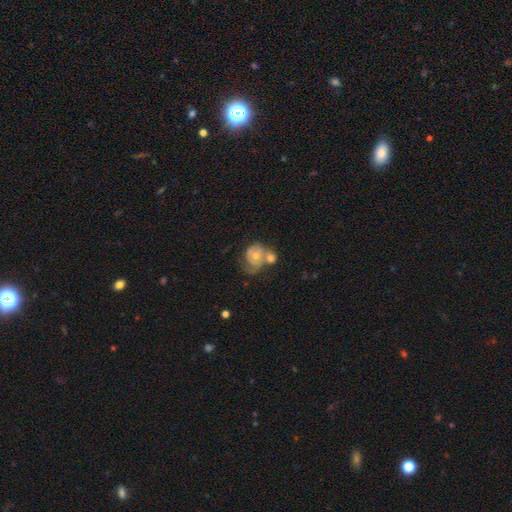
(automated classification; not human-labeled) smooth-or-featured: featured or disk: 62% | smooth: 30% | star or artifact: 9%
  disk-edge-on: no: 97% | yes: 3%
    bar: no: 78% | weak: 18% | strong: 4%
    has-spiral-arms: yes: 74% | no: 26%
    bulge-size: moderate: 59% | small: 35% | large: 3% | none: 2% | dominant: 1%
  merging: merger: 40% | none: 32% | minor disturbance: 16% | major disturbance: 12%